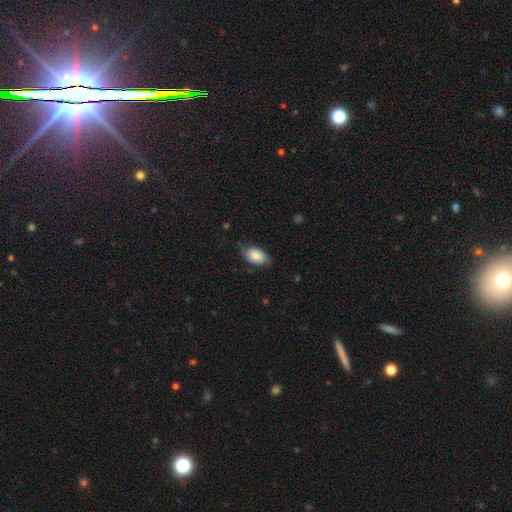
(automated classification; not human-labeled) This appears to be a smooth galaxy with no disk features (77%) that is in between round and cigar-shaped (92%). Merging: none (62%).